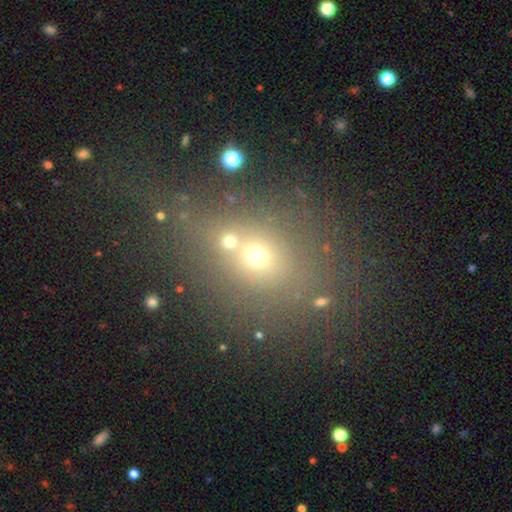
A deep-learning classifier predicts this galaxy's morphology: Smooth or featured: smooth — 53% (star or artifact — 30%)
How rounded: round — 61% (in between — 36%)
Merging: none — 53% (merger — 26%)